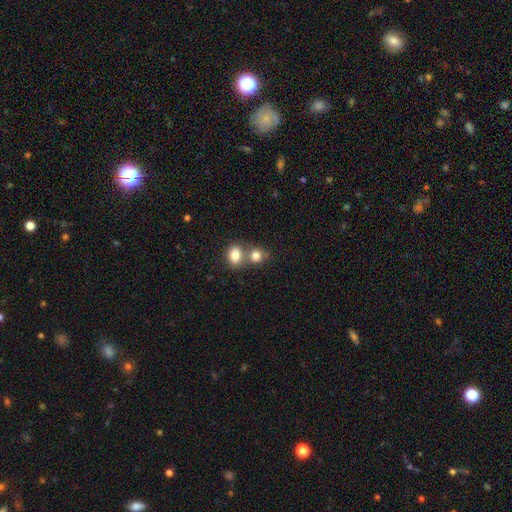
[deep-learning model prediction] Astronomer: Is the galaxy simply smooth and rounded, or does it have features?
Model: smooth — 81%.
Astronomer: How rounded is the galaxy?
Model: round — 68%.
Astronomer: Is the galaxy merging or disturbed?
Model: merger — 49% (runner-up: none, 40%).